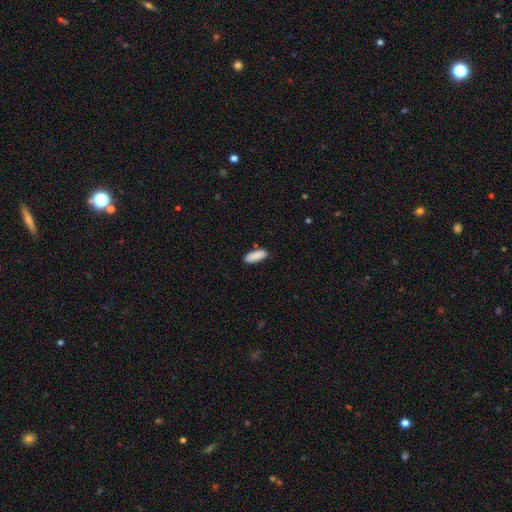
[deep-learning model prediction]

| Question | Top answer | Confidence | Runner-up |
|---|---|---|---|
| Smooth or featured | smooth | 90% | star or artifact (6%) |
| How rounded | in between | 69% | cigar-shaped (29%) |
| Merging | none | 85% | minor disturbance (10%) |